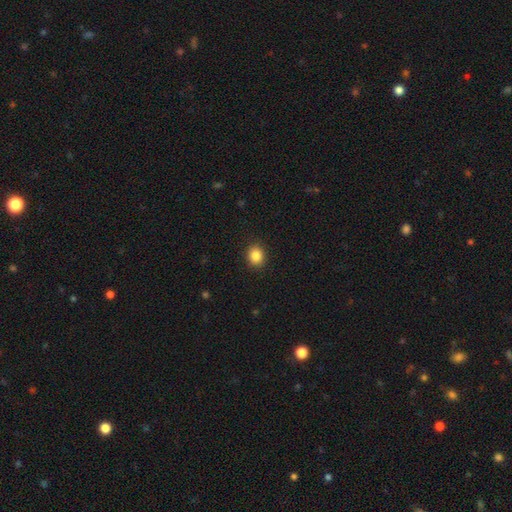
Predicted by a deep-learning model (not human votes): This is clearly a smooth galaxy (86%). How rounded: likely round (70%). Merging: clearly none (90%).